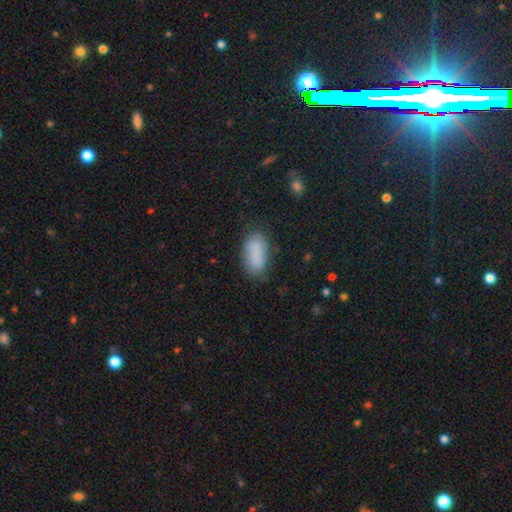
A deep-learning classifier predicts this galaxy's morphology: type=smooth (84%); roundness=in between (93%); merging=none (72%).